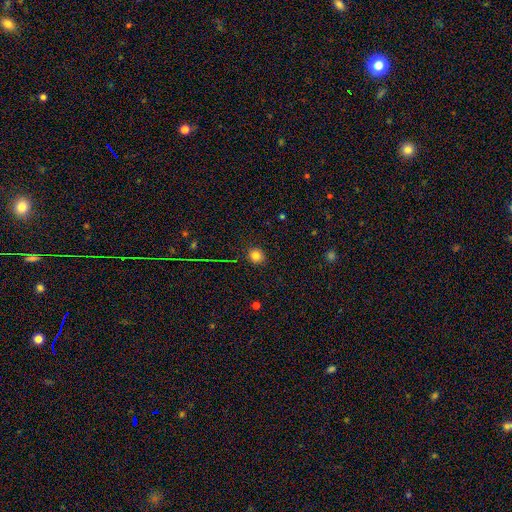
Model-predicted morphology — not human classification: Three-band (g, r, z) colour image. It shows a smooth galaxy with no disk features (81%) that is round (84%). Merging: none (89%).